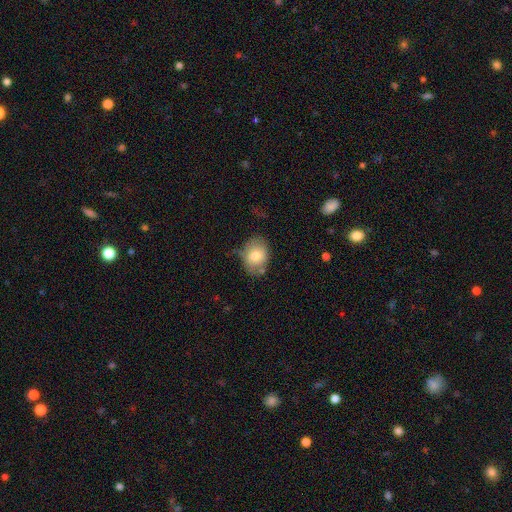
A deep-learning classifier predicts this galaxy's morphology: Overall: smooth (74%). How rounded: round (50%; in between 49%). Merging: none (57%; minor disturbance 28%).